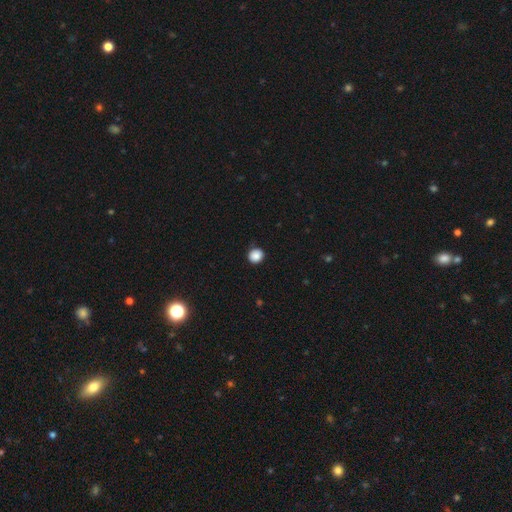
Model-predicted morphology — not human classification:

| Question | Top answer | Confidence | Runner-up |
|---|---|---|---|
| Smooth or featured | smooth | 87% | star or artifact (10%) |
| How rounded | round | 87% | in between (12%) |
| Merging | none | 88% | minor disturbance (8%) |